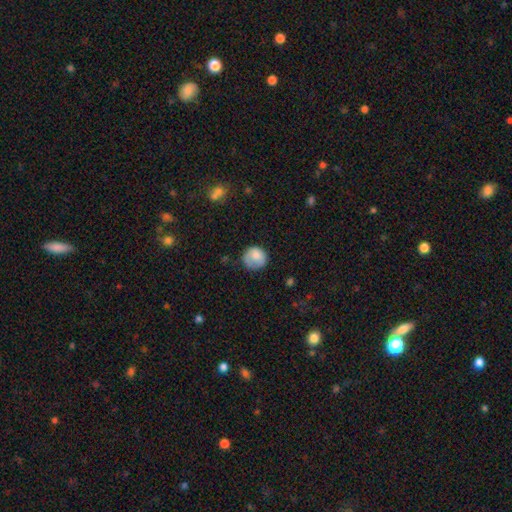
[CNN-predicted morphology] Q: Smooth or featured?
A: smooth (80%); runner-up: featured or disk (12%)
Q: How rounded?
A: round (86%); runner-up: in between (13%)
Q: Merging?
A: none (66%); runner-up: minor disturbance (23%)